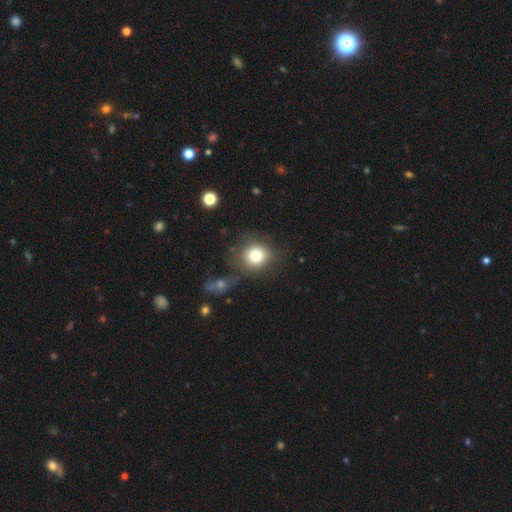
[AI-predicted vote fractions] Q: Smooth or featured?
A: smooth (78%); runner-up: star or artifact (11%)
Q: How rounded?
A: round (85%); runner-up: in between (14%)
Q: Merging?
A: none (71%); runner-up: minor disturbance (15%)